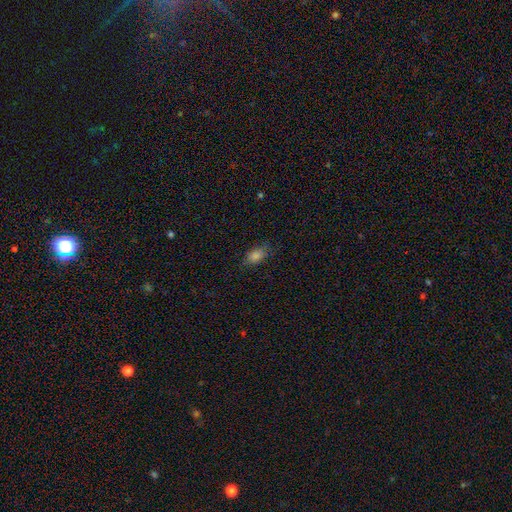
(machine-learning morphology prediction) smooth 77%, star or artifact 13%, featured or disk 10%. Down the decision tree: how rounded — in between (84%); merging — none (75%).